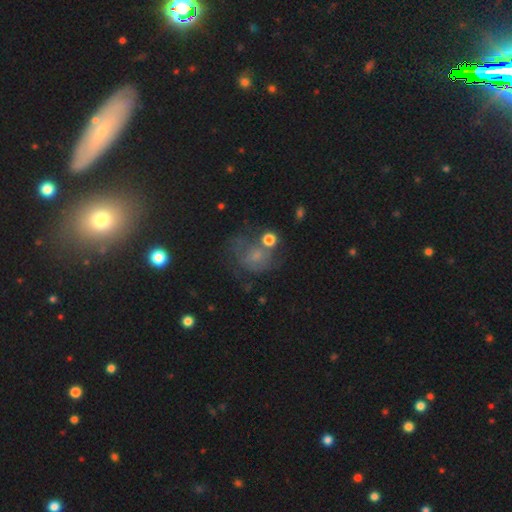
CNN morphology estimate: This is possibly a smooth galaxy (46%). Merging: marginally none (42%).